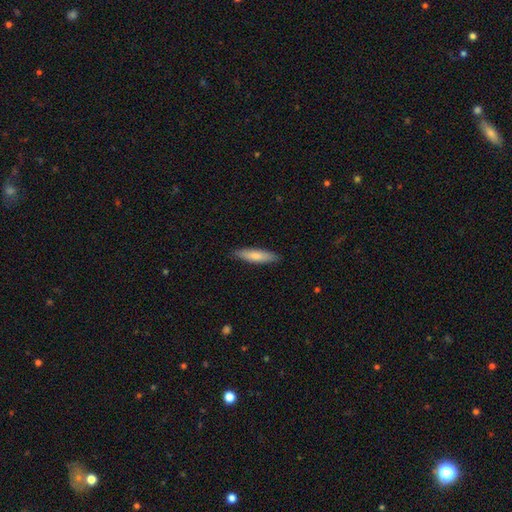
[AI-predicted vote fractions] Overall: smooth (78%). How rounded: cigar-shaped (73%). Merging: none (87%).